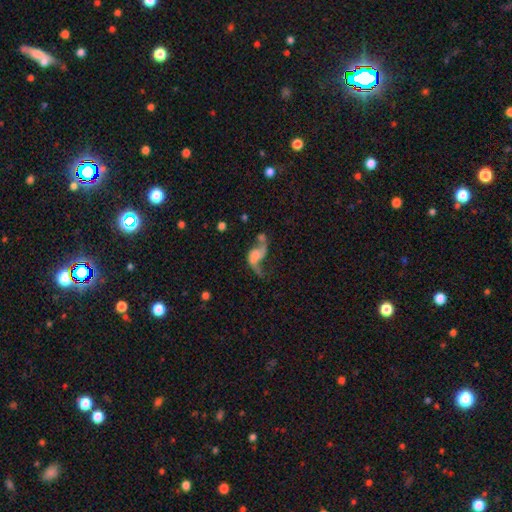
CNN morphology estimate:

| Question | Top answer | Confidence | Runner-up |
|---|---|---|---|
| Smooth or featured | featured or disk | 69% | smooth (20%) |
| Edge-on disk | no | 96% | yes (4%) |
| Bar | no | 68% | weak (25%) |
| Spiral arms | yes | 78% | no (22%) |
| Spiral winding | loose | 87% | medium (10%) |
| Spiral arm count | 2 | 79% | 1 (14%) |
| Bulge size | none | 43% | small (28%) |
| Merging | major disturbance | 32% | merger (27%) |